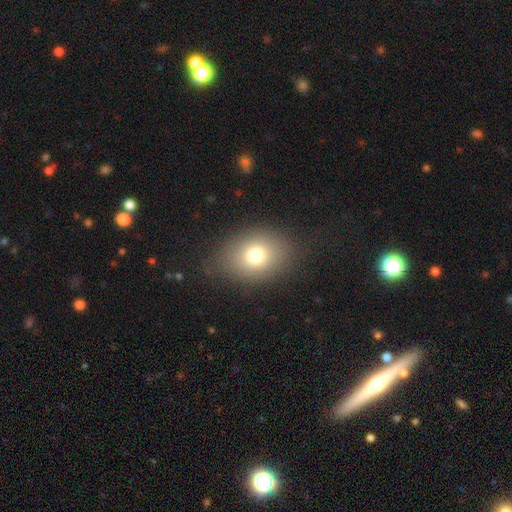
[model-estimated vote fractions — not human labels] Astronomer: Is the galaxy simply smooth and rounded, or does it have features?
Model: smooth — 76%.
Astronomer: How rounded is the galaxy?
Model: in between — 64%.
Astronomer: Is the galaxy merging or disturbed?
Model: none — 81%.